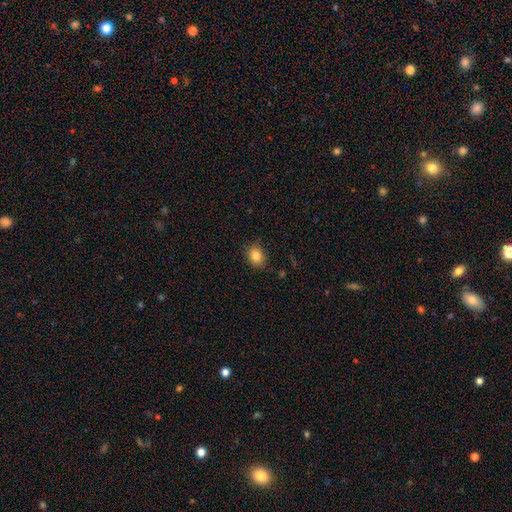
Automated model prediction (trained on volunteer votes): The model was most divided on "how rounded": round: 52%, in between: 47%, cigar-shaped: 1%. More confident: merging — none (84%); smooth or featured — smooth (84%).